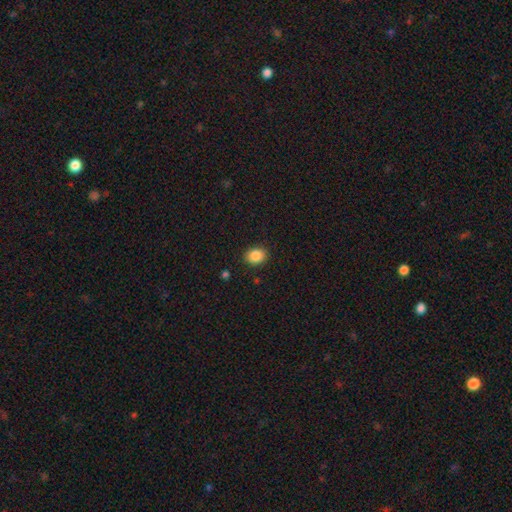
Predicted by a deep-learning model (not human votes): smooth-or-featured: smooth: 87% | star or artifact: 9% | featured or disk: 4%
  how-rounded: round: 50% | in between: 49% | cigar-shaped: 1%
  merging: none: 89% | minor disturbance: 8% | major disturbance: 2% | merger: 1%